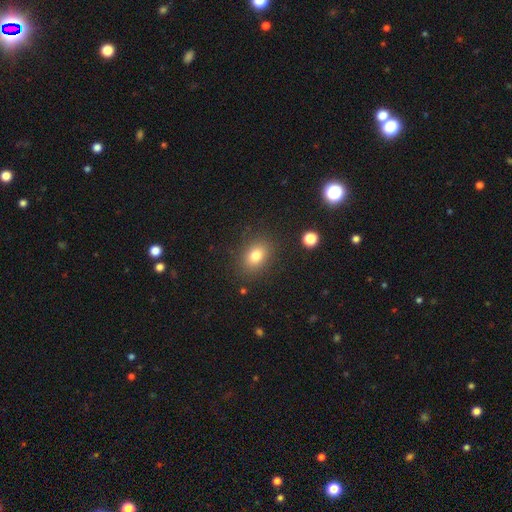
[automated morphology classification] smooth 80%, star or artifact 11%, featured or disk 9%. Down the decision tree: how rounded — in between (67%); merging — none (85%).